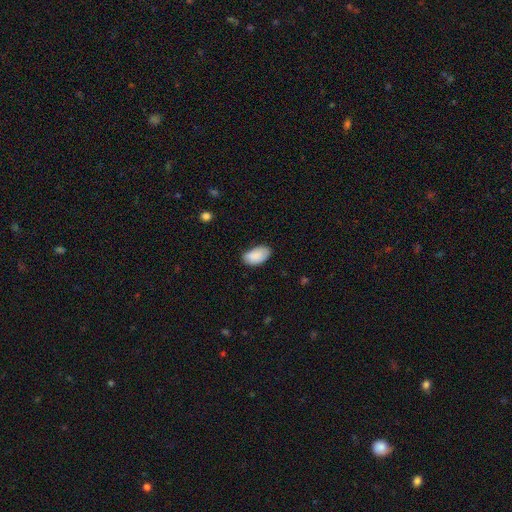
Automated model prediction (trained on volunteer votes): The model was most divided on "merging": none: 73%, minor disturbance: 22%, major disturbance: 4%, merger: 1%. More confident: how rounded — in between (95%); smooth or featured — smooth (89%).